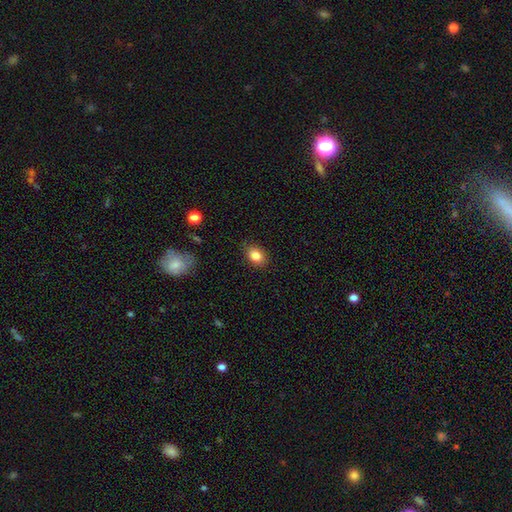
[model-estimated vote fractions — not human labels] Smooth or featured?
  - smooth: 84% *
  - star or artifact: 9%
  - featured or disk: 7%
How rounded?
  - in between: 71% *
  - round: 28%
  - cigar-shaped: 1%
Merging?
  - none: 84% *
  - minor disturbance: 12%
  - major disturbance: 3%
  - merger: 1%